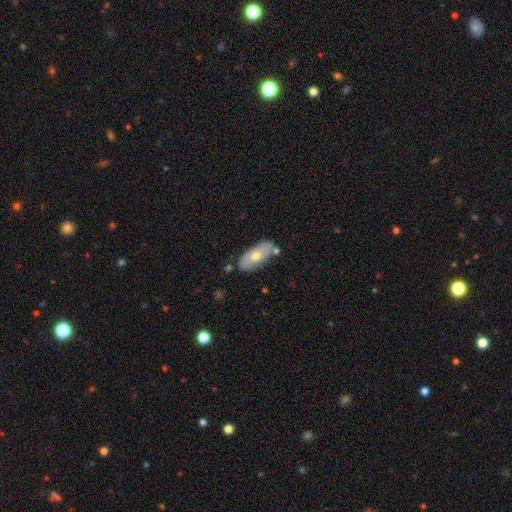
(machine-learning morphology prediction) A smooth galaxy with no disk features (57%) that is in between round and cigar-shaped (87%).

Vote fractions:
- Smooth or featured? smooth: 57% / featured or disk: 37% / star or artifact: 6%
- How rounded? in between: 87% / cigar-shaped: 10% / round: 3%
- Merging? none: 77% / minor disturbance: 14% / merger: 6% / major disturbance: 3%